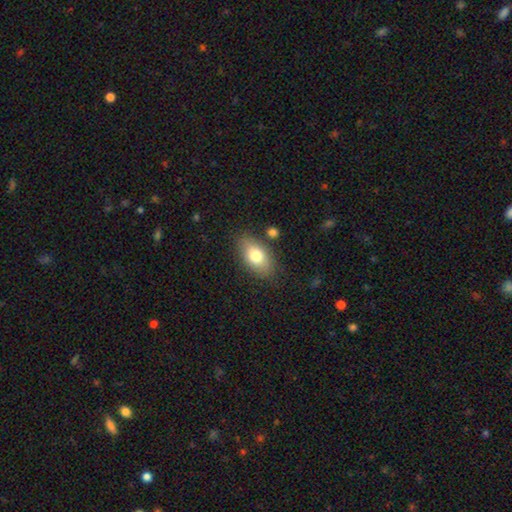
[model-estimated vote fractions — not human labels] Overall: smooth (77%). How rounded: in between (90%). Merging: none (78%).